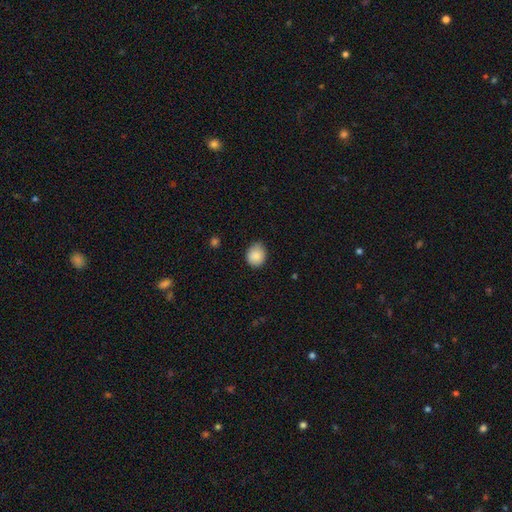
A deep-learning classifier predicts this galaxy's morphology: smooth-or-featured: smooth: 88% | star or artifact: 8% | featured or disk: 4%
  how-rounded: round: 68% | in between: 31% | cigar-shaped: 1%
  merging: none: 75% | minor disturbance: 20% | major disturbance: 3% | merger: 1%